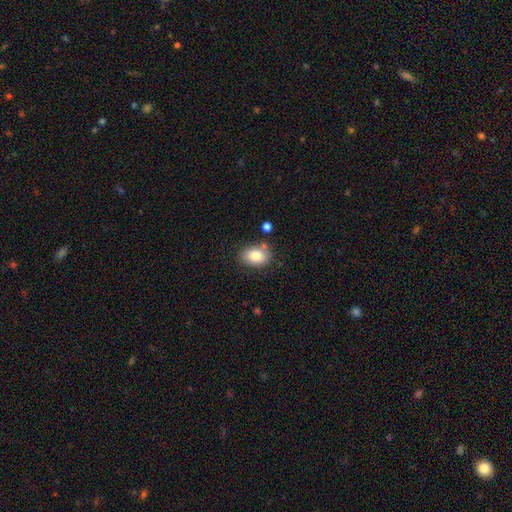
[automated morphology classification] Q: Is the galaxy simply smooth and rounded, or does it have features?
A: smooth — 82%.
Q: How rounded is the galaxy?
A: in between — 77%.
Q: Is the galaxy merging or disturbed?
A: none — 76%.